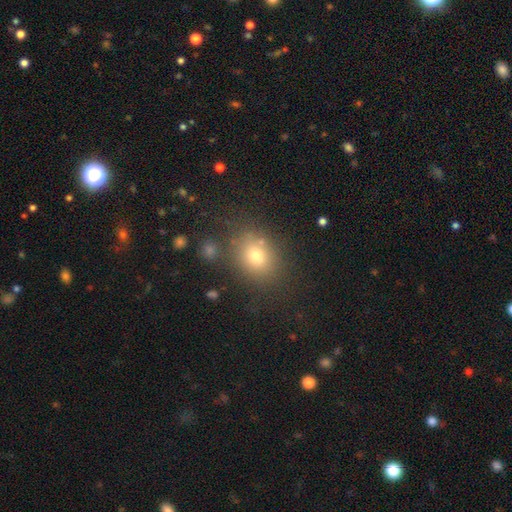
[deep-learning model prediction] Smooth or featured? smooth (74%)
How rounded? in between (57%)
Merging? none (75%)